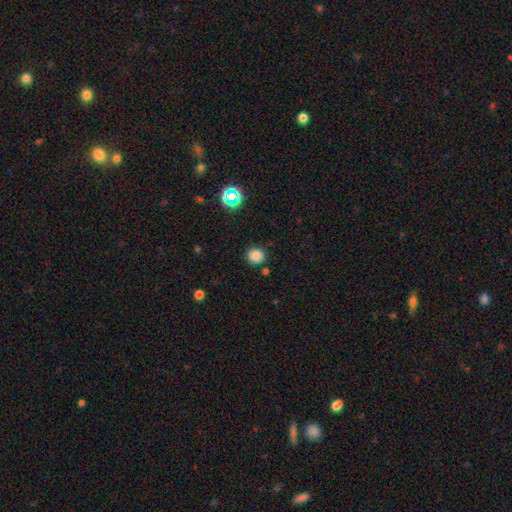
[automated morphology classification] A smooth galaxy with no disk features (80%) that is round (90%).

Vote fractions:
- Smooth or featured? smooth: 80% / star or artifact: 14% / featured or disk: 5%
- How rounded? round: 90% / in between: 9% / cigar-shaped: 1%
- Merging? none: 85% / minor disturbance: 8% / merger: 4% / major disturbance: 3%